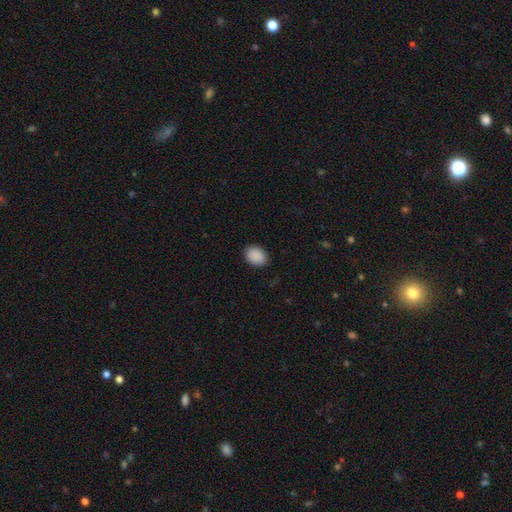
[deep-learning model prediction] Smooth or featured? smooth (90%)
How rounded? in between (69%)
Merging? none (89%)